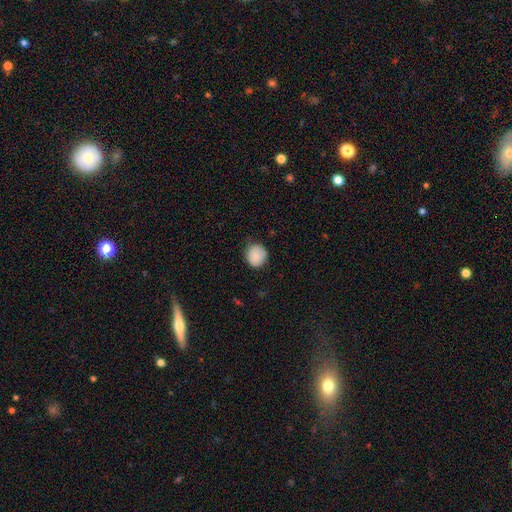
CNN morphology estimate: Smooth or featured?
  - smooth: 88% *
  - star or artifact: 8%
  - featured or disk: 5%
How rounded?
  - round: 86% *
  - in between: 13%
  - cigar-shaped: 1%
Merging?
  - none: 78% *
  - minor disturbance: 18%
  - major disturbance: 3%
  - merger: 1%